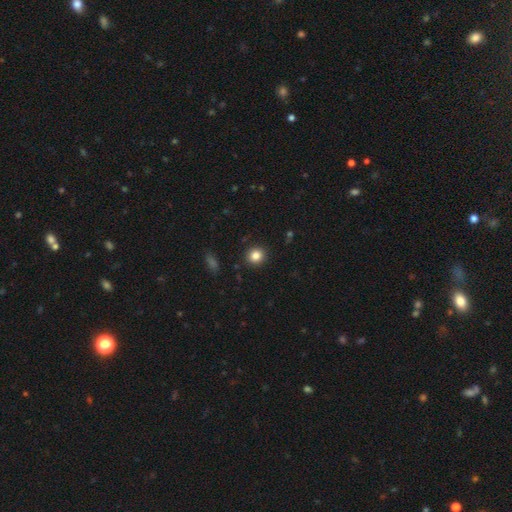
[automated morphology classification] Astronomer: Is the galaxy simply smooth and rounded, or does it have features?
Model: smooth — 84%.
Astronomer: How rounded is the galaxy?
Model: round — 90%.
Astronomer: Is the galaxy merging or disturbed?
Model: none — 92%.